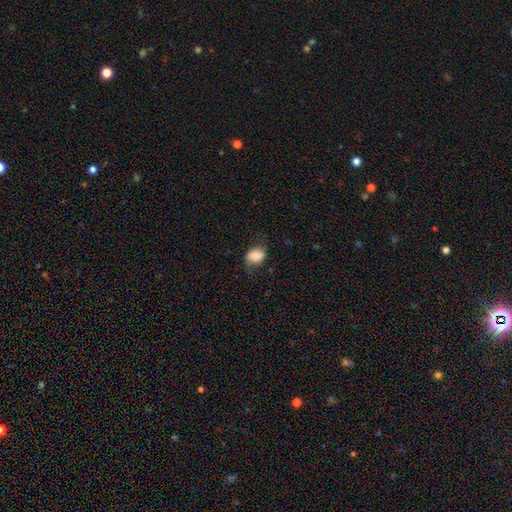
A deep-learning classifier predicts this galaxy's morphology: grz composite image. It shows a smooth galaxy with no disk features (77%) that is in between round and cigar-shaped (68%). Merging: none (65%).